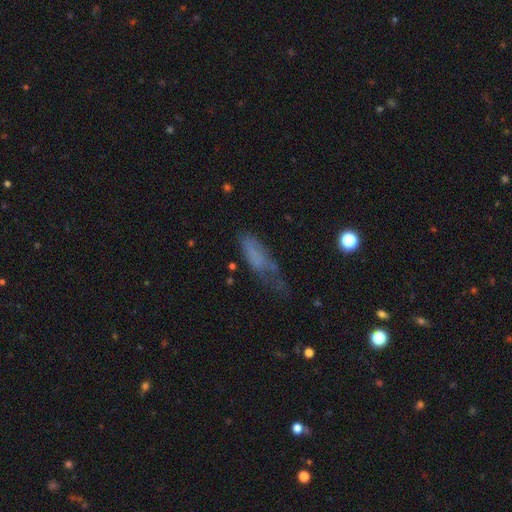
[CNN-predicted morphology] Q: Smooth or featured?
A: smooth (59%); runner-up: featured or disk (27%)
Q: How rounded?
A: in between (52%); runner-up: cigar-shaped (45%)
Q: Merging?
A: major disturbance (36%); runner-up: minor disturbance (31%)